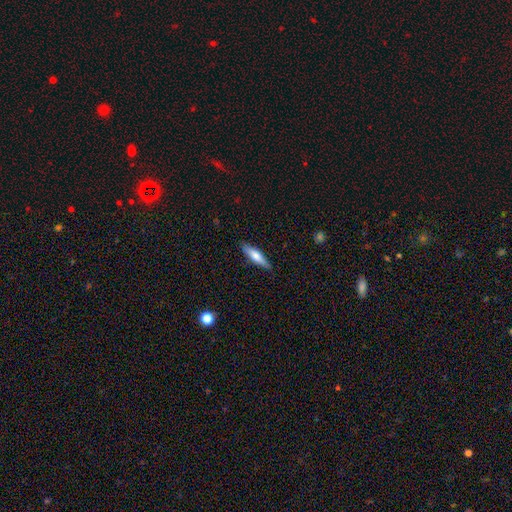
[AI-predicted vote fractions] Smooth or featured?
  - smooth: 61% *
  - featured or disk: 33%
  - star or artifact: 6%
How rounded?
  - cigar-shaped: 75% *
  - in between: 23%
  - round: 2%
Merging?
  - none: 85% *
  - minor disturbance: 12%
  - major disturbance: 2%
  - merger: 1%